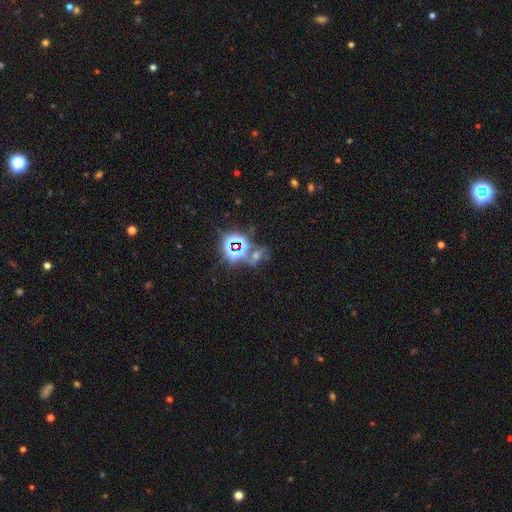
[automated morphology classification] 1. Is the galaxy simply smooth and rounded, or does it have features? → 67% star or artifact, 19% smooth, 15% featured or disk.